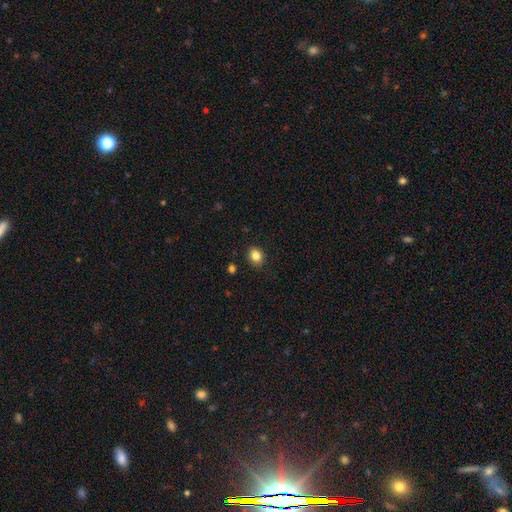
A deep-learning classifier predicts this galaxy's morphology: smooth-or-featured: smooth: 84% | star or artifact: 11% | featured or disk: 5%
  how-rounded: round: 60% | in between: 40% | cigar-shaped: 1%
  merging: none: 89% | minor disturbance: 8% | major disturbance: 2% | merger: 1%